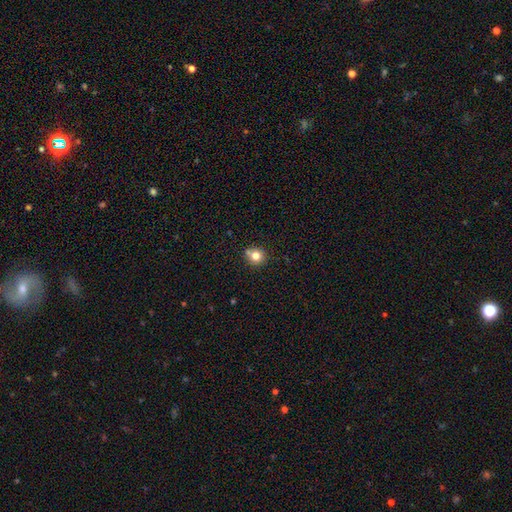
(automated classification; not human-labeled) Smooth or featured? Predicted: smooth (p=0.78). How rounded? Predicted: round (p=0.89). Merging? Predicted: none (p=0.74).